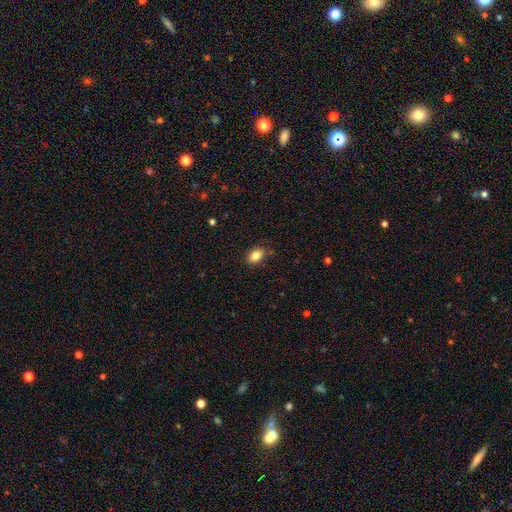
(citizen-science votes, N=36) Smooth or featured?
  - smooth: 83% *
  - featured or disk: 11%
  - star or artifact: 6%
How rounded?
  - in between: 90% *
  - round: 7%
  - cigar-shaped: 3%
Merging?
  - none: 88% *
  - minor disturbance: 9%
  - major disturbance: 3%
  - merger: 0%